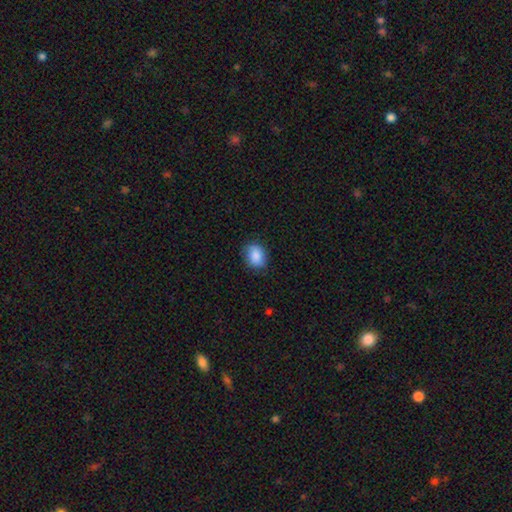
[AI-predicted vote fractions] A smooth galaxy with no disk features (86%) that is round (50%). Merging: none (80%).